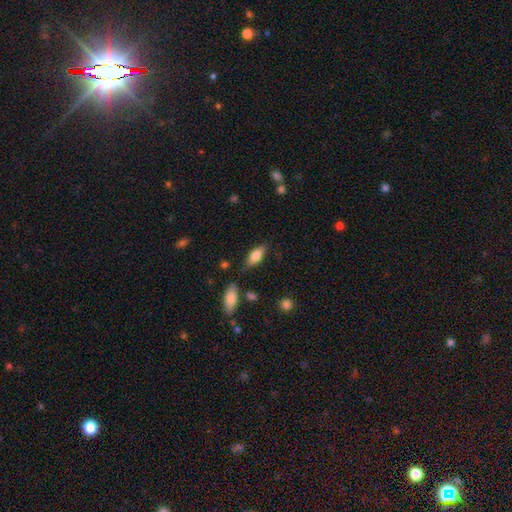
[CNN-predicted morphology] Smooth or featured? smooth (72%)
How rounded? in between (79%)
Merging? none (77%)